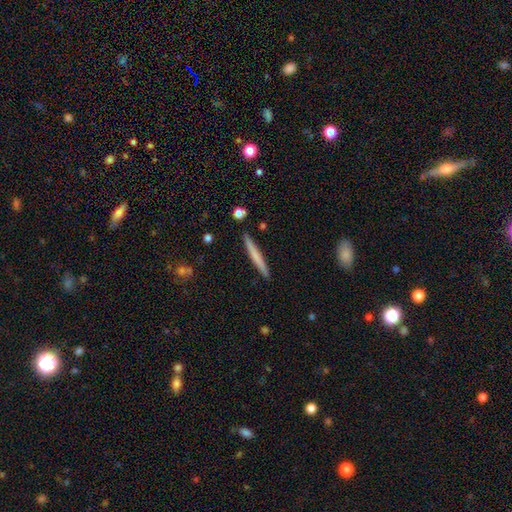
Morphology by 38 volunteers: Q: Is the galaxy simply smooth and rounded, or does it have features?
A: smooth — 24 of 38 (63%).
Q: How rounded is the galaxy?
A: cigar-shaped — 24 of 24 (100%).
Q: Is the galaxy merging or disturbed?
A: none — 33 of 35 (94%).